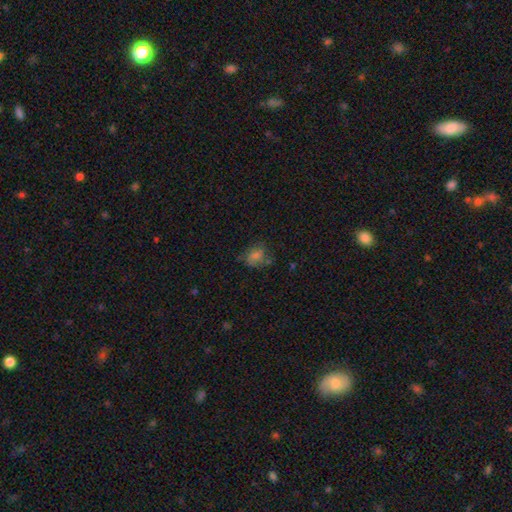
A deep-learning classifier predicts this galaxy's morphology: Smooth or featured? Predicted: smooth (p=0.54). How rounded? Predicted: in between (p=0.61). Merging? Predicted: none (p=0.54).